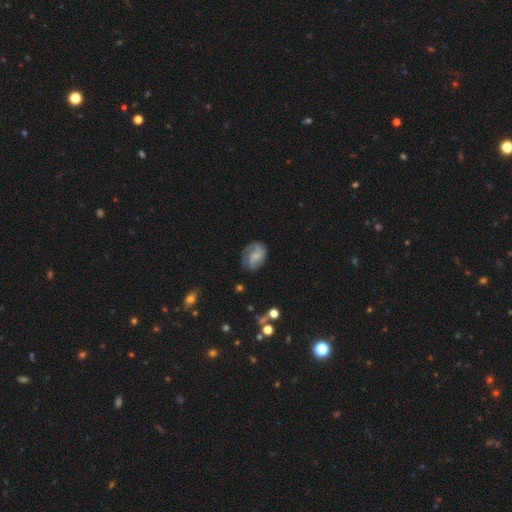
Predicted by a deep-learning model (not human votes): Morphology: type=featured or disk (49%); merging=none (59%).